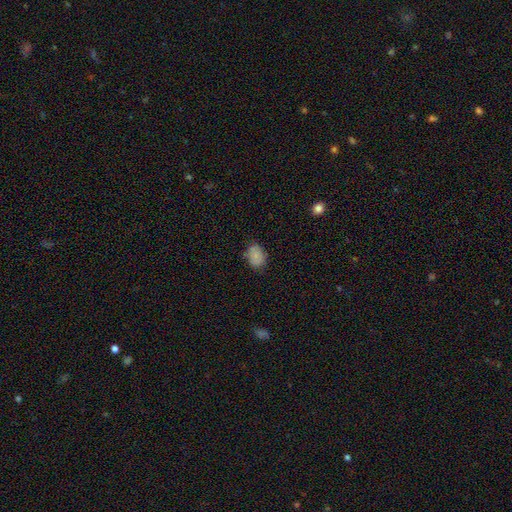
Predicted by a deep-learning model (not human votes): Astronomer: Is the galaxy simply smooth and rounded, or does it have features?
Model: smooth — 84%.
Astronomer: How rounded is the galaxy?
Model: in between — 78%.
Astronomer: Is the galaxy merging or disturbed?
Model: none — 76%.